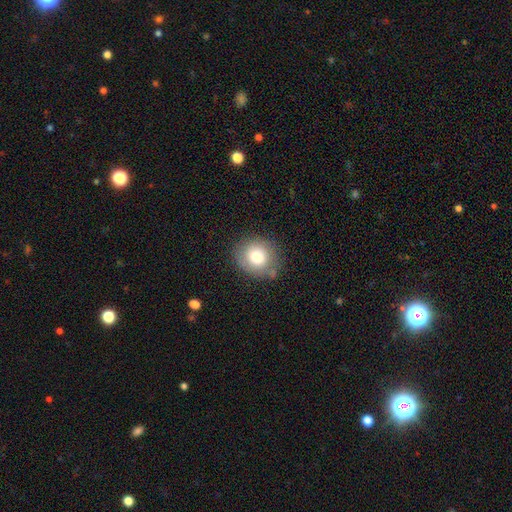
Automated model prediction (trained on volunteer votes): Smooth or featured: smooth — 77% (featured or disk — 13%)
How rounded: round — 81% (in between — 18%)
Merging: none — 77% (minor disturbance — 15%)